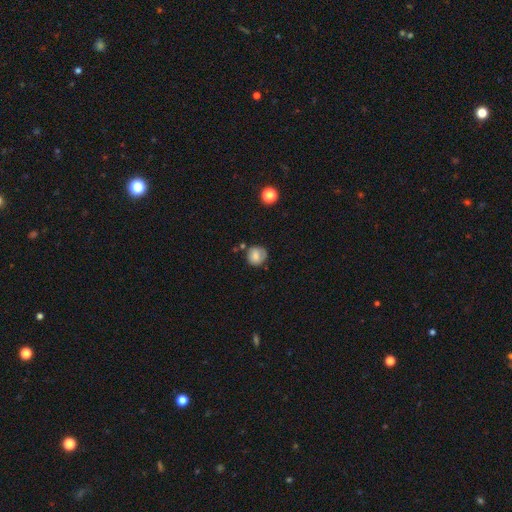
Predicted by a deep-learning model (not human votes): A smooth galaxy with no disk features (73%) that is round (84%).

Vote fractions:
- Smooth or featured? smooth: 73% / featured or disk: 18% / star or artifact: 9%
- How rounded? round: 84% / in between: 16% / cigar-shaped: 1%
- Merging? none: 63% / minor disturbance: 23% / major disturbance: 8% / merger: 7%